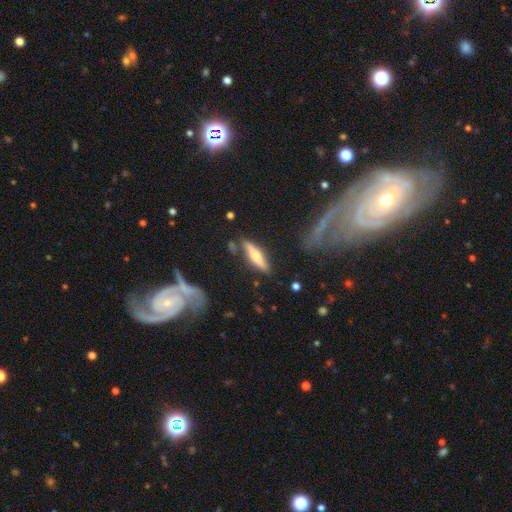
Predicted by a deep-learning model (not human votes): This appears to be a featured or disk galaxy (50%). Merging: none (80%).